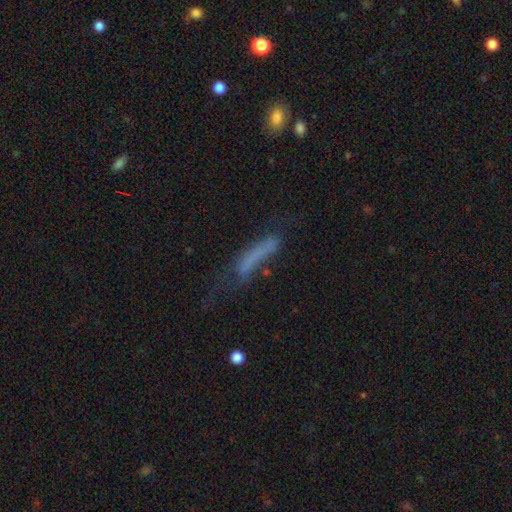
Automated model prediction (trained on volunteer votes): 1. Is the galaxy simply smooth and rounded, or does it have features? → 58% smooth, 27% featured or disk, 15% star or artifact.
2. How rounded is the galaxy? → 82% cigar-shaped, 16% in between, 3% round.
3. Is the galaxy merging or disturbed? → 40% none, 28% major disturbance, 26% minor disturbance, 7% merger.